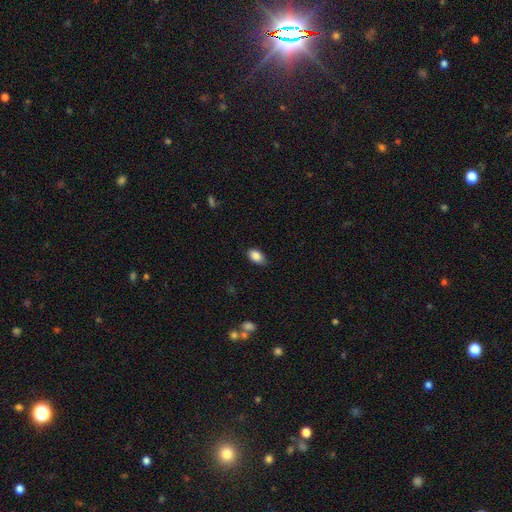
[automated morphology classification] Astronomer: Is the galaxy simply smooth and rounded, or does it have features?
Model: smooth — 88%.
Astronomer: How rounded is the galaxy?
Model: in between — 91%.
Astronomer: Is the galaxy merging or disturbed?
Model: none — 80%.